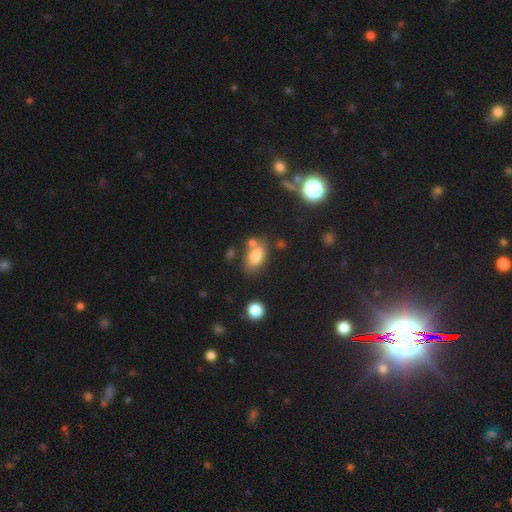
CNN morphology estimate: smooth_or_featured: smooth (p=0.80) [alt: featured or disk p=0.11]
how_rounded: in between (p=0.88) [alt: round p=0.08]
merging: none (p=0.62) [alt: minor disturbance p=0.17]